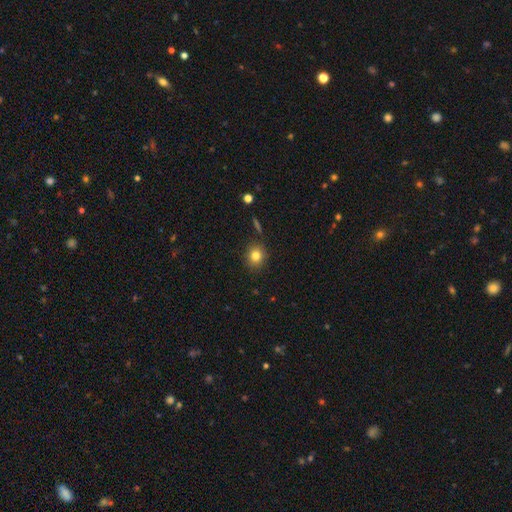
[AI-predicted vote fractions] Smooth or featured? Predicted: smooth (p=0.81). How rounded? Predicted: round (p=0.75). Merging? Predicted: none (p=0.88).